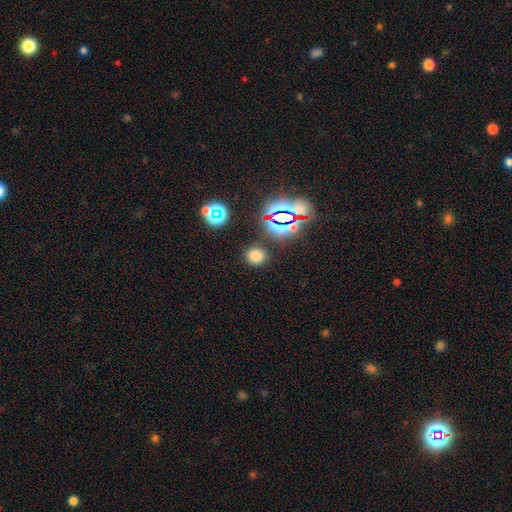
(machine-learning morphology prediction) The model was most divided on "smooth or featured": smooth: 72%, star or artifact: 22%, featured or disk: 6%. More confident: merging — none (87%); how rounded — round (80%).